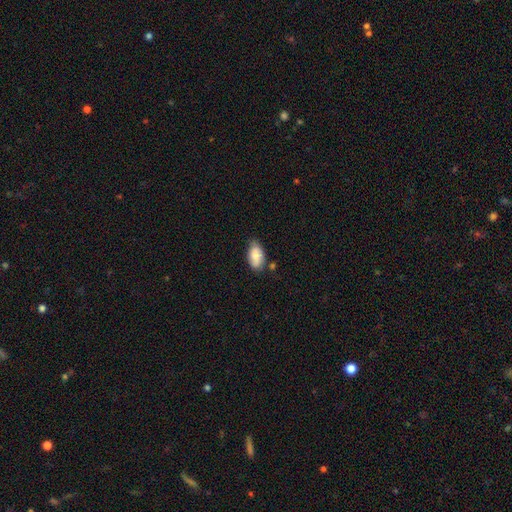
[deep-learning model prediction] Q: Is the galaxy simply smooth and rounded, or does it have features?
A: smooth — 80%.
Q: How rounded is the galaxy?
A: in between — 93%.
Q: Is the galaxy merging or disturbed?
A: none — 66%.